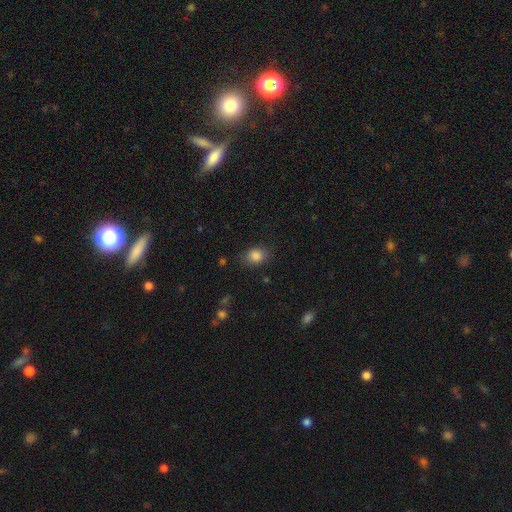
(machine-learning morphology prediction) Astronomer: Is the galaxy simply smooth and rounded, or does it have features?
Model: smooth — 84%.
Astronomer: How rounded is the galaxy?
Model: in between — 61% (runner-up: round, 38%).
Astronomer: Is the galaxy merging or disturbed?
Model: none — 79%.